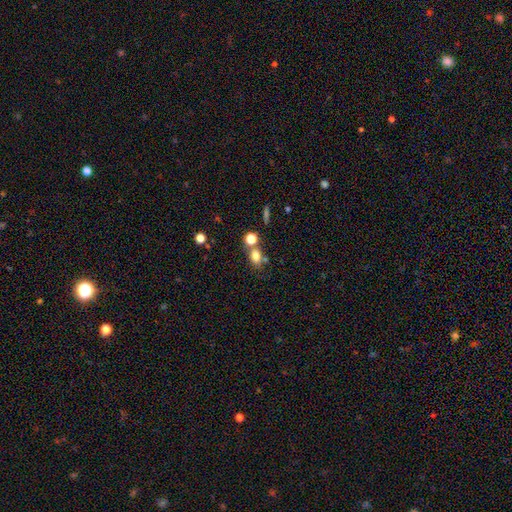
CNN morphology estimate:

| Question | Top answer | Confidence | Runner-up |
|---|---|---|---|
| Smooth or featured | smooth | 77% | star or artifact (13%) |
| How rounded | in between | 61% | round (37%) |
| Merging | none | 55% | merger (28%) |